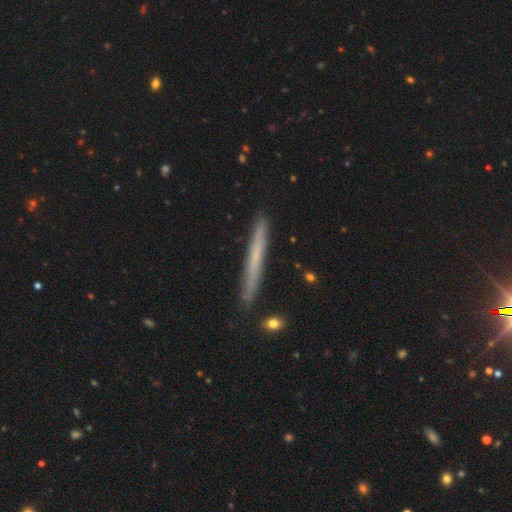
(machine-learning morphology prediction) This appears to be a smooth galaxy with no disk features (55%) that is cigar-shaped (97%). Merging: none (89%).